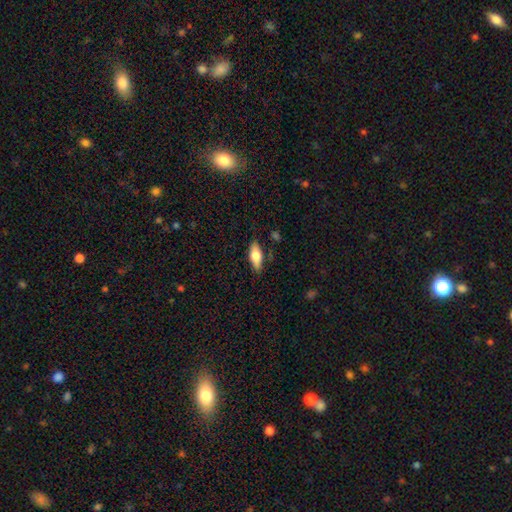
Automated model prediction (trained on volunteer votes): Smooth or featured? smooth (71%)
How rounded? in between (77%)
Merging? none (81%)